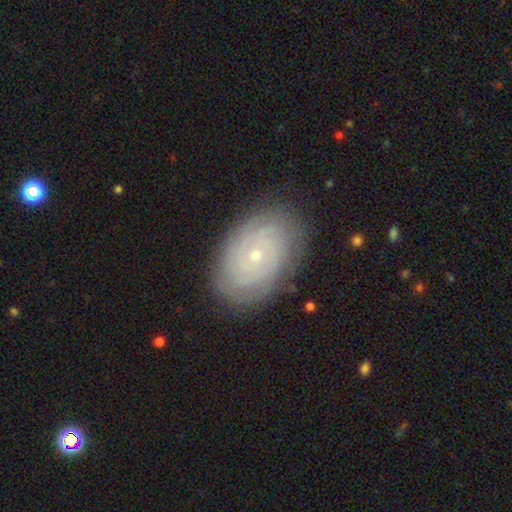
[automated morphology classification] Smooth or featured? featured or disk (76%)
Edge-on disk? no (96%)
Bar? no (81%)
Spiral arms? yes (91%)
Spiral winding? tight (83%)
Spiral arm count? can't tell (43%)
Bulge size? small (79%)
Merging? none (83%)